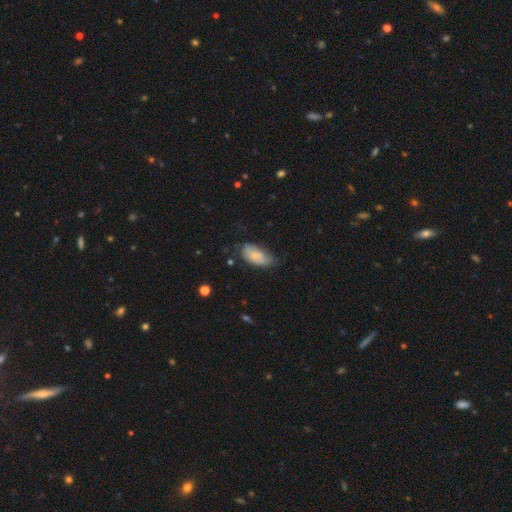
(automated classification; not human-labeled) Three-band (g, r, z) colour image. It shows a smooth galaxy with no disk features (77%) that is in between round and cigar-shaped (92%). Merging: none (49%).